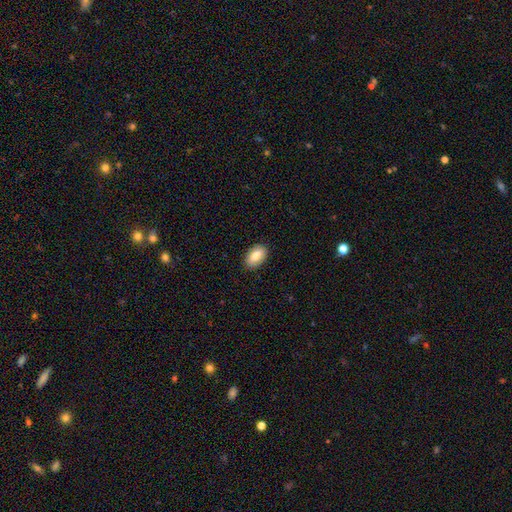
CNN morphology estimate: smooth_or_featured: smooth (p=0.78) [alt: featured or disk p=0.15]
how_rounded: in between (p=0.93) [alt: round p=0.05]
merging: none (p=0.89) [alt: minor disturbance p=0.08]